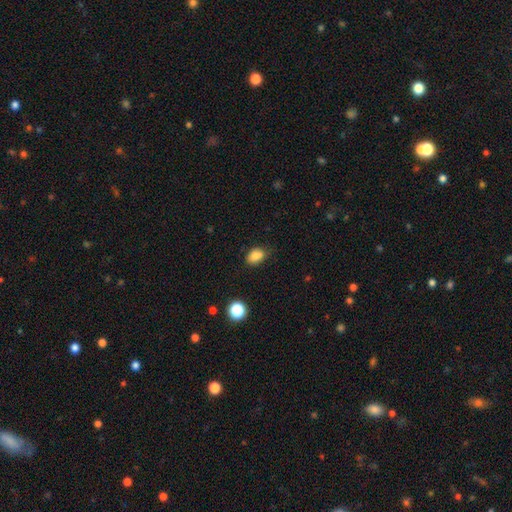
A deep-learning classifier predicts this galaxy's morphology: Smooth or featured? Predicted: smooth (p=0.82). How rounded? Predicted: in between (p=0.70). Merging? Predicted: none (p=0.69).